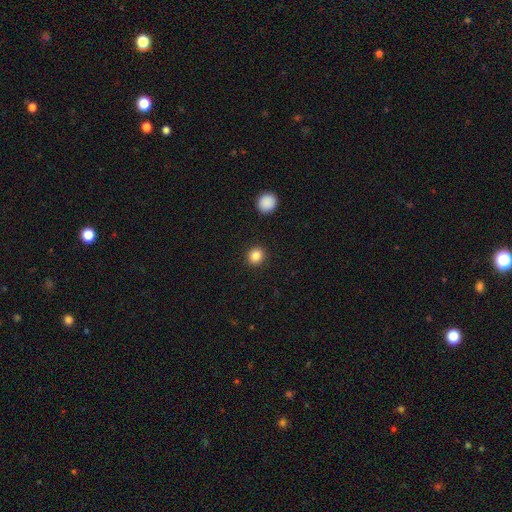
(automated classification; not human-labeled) A smooth galaxy with no disk features (85%) that is round (89%). Merging: none (92%).